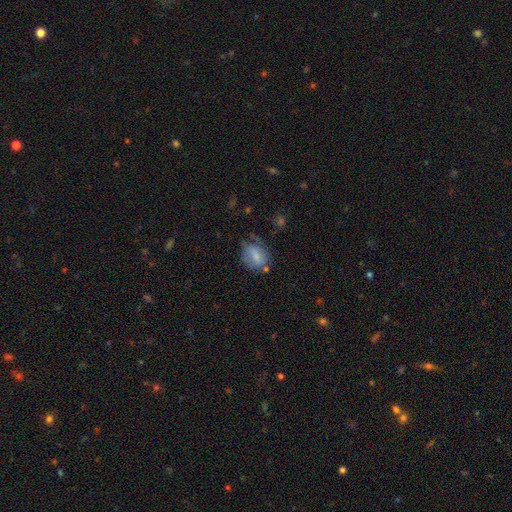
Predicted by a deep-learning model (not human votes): smooth 65%, featured or disk 26%, star or artifact 9%. Down the decision tree: how rounded — in between (64%); merging — none (46%).